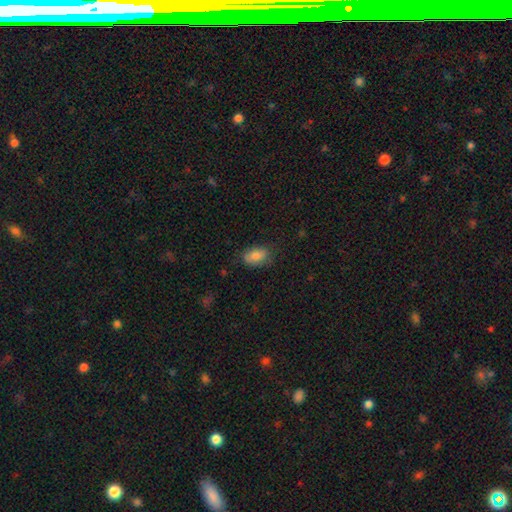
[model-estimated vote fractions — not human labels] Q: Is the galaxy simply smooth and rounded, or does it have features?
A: smooth — 84%.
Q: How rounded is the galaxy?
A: in between — 89%.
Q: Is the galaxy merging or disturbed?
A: none — 76%.